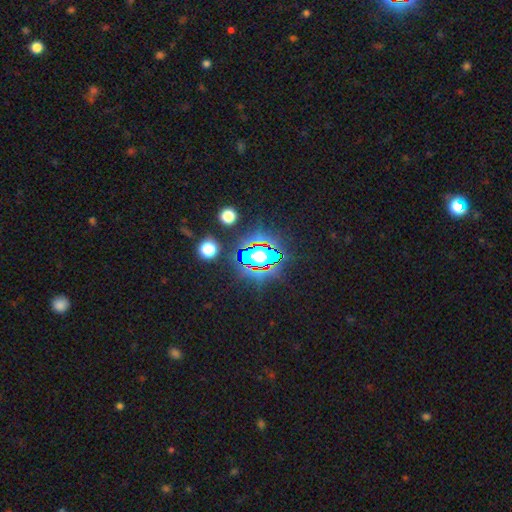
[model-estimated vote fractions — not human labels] Morphology: type=star or artifact (77%).